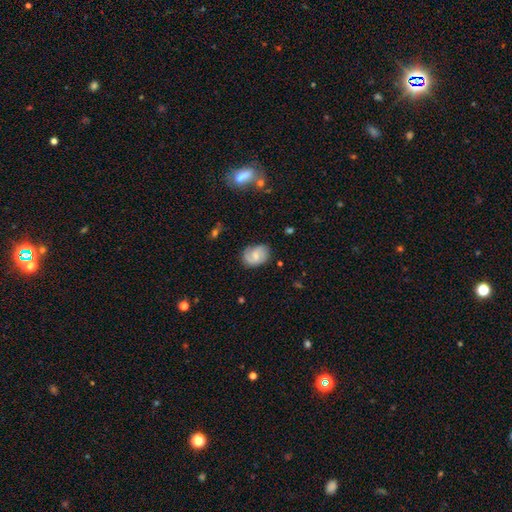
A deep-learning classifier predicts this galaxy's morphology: A featured or disk galaxy (53%) with no bar (50%), spiral arms (88%) and a small central bulge (45%).

Vote fractions:
- Smooth or featured? featured or disk: 53% / smooth: 39% / star or artifact: 8%
- Edge-on disk? no: 97% / yes: 3%
- Bar? no: 50% / weak: 43% / strong: 7%
- Spiral arms? yes: 88% / no: 12%
- Bulge size? small: 45% / moderate: 42% / none: 10% / large: 3% / dominant: 1%
- Merging? none: 72% / minor disturbance: 21% / major disturbance: 6% / merger: 2%